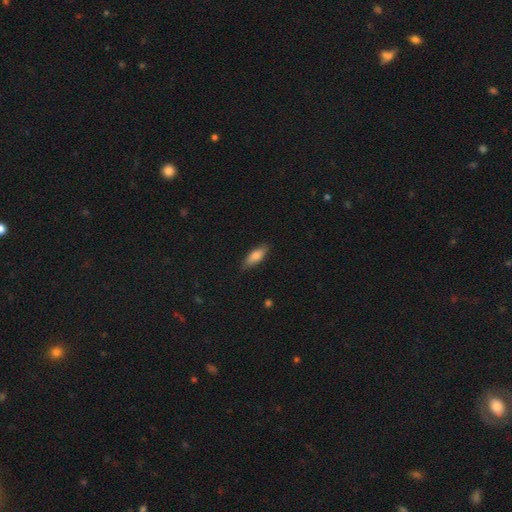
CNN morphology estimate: Smooth or featured? smooth (76%)
How rounded? in between (63%)
Merging? none (82%)